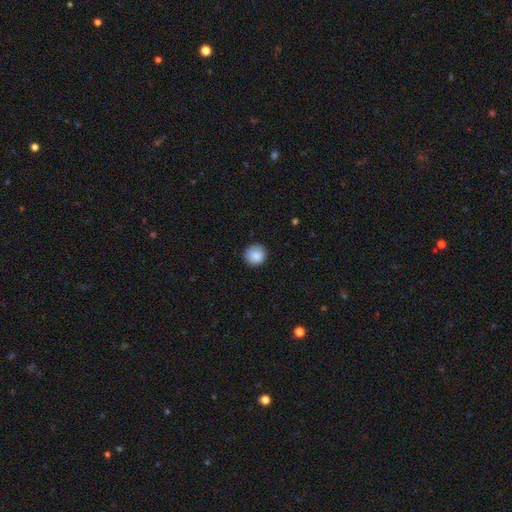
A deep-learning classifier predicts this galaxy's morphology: A smooth galaxy with no disk features (88%) that is round (93%). Merging: none (89%).